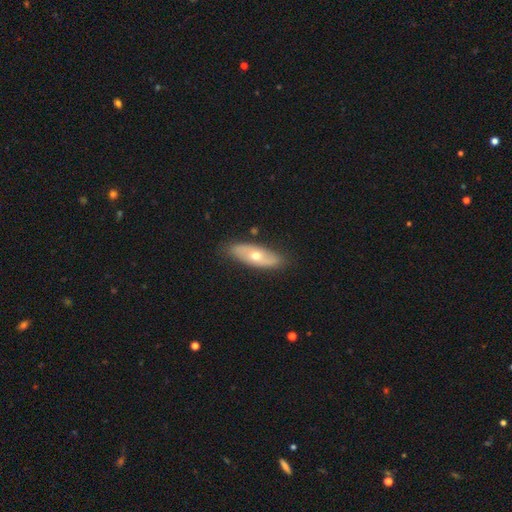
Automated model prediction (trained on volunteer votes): Smooth or featured? featured or disk (51%)
Edge-on disk? no (71%)
Merging? none (84%)